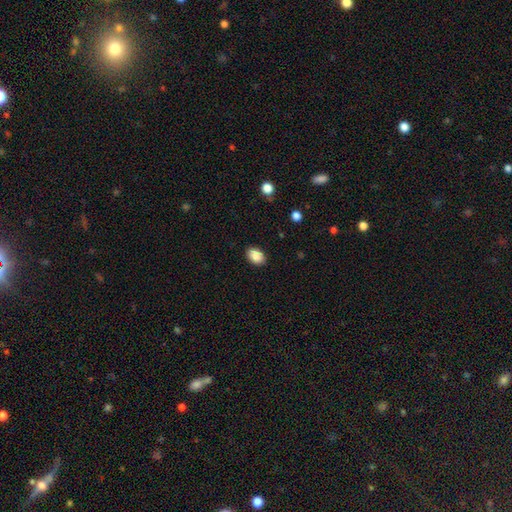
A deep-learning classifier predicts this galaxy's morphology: Q: Smooth or featured?
A: smooth (89%); runner-up: star or artifact (8%)
Q: How rounded?
A: in between (82%); runner-up: round (17%)
Q: Merging?
A: none (88%); runner-up: minor disturbance (9%)